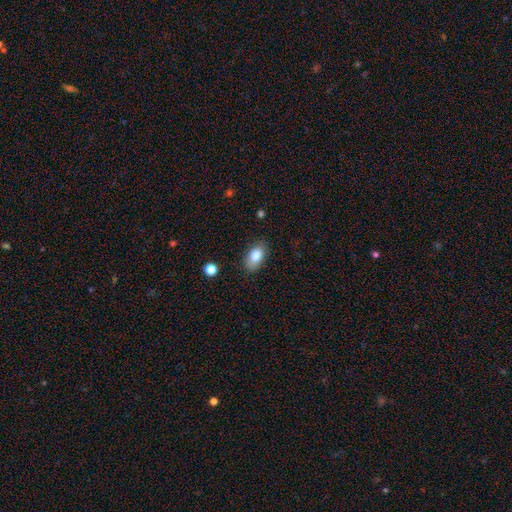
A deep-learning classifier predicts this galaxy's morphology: Smooth or featured? Predicted: smooth (p=0.84). How rounded? Predicted: in between (p=0.90). Merging? Predicted: none (p=0.82).